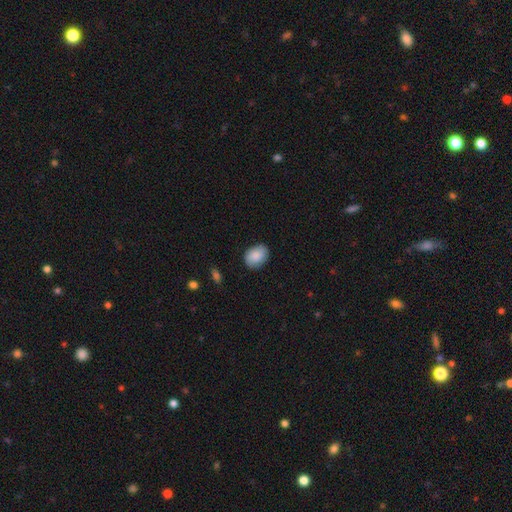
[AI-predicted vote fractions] smooth_or_featured: smooth (p=0.86) [alt: featured or disk p=0.08]
how_rounded: in between (p=0.72) [alt: round p=0.27]
merging: none (p=0.82) [alt: minor disturbance p=0.14]